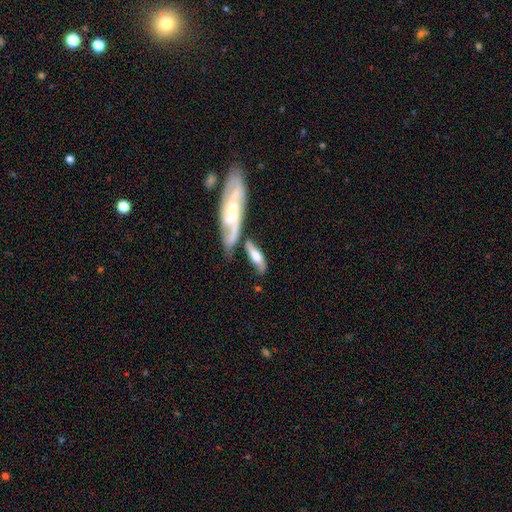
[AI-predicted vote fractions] smooth_or_featured: smooth (p=0.48) [alt: featured or disk p=0.46]
merging: merger (p=0.39) [alt: none p=0.34]